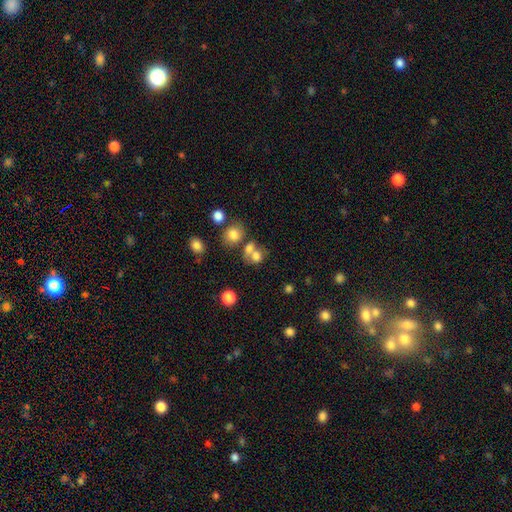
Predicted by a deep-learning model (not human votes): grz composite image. It shows a smooth galaxy with no disk features (73%) that is round (63%). Merging: merger (48%).